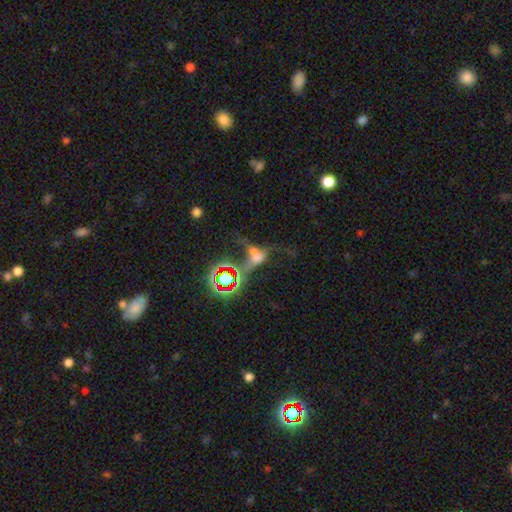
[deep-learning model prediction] Smooth or featured? Predicted: featured or disk (p=0.40). Merging? Predicted: merger (p=0.38).